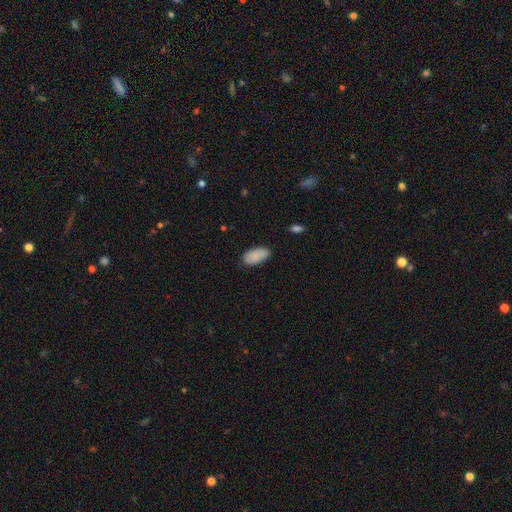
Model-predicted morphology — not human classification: smooth_or_featured: smooth (p=0.87) [alt: featured or disk p=0.06]
how_rounded: in between (p=0.93) [alt: cigar-shaped p=0.04]
merging: none (p=0.83) [alt: minor disturbance p=0.13]